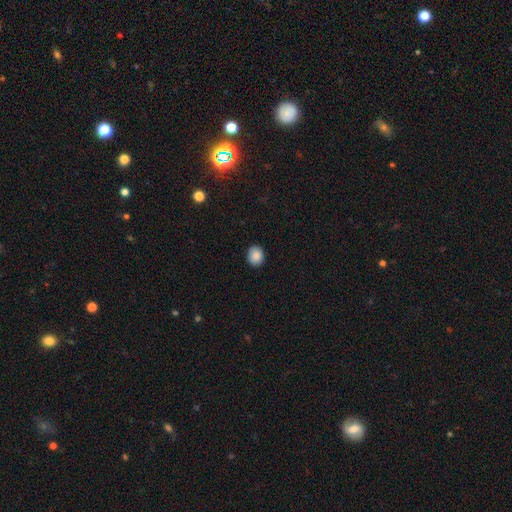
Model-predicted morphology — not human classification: Smooth or featured?
  - smooth: 88% *
  - star or artifact: 8%
  - featured or disk: 4%
How rounded?
  - round: 62% *
  - in between: 37%
  - cigar-shaped: 1%
Merging?
  - none: 90% *
  - minor disturbance: 8%
  - major disturbance: 2%
  - merger: 1%